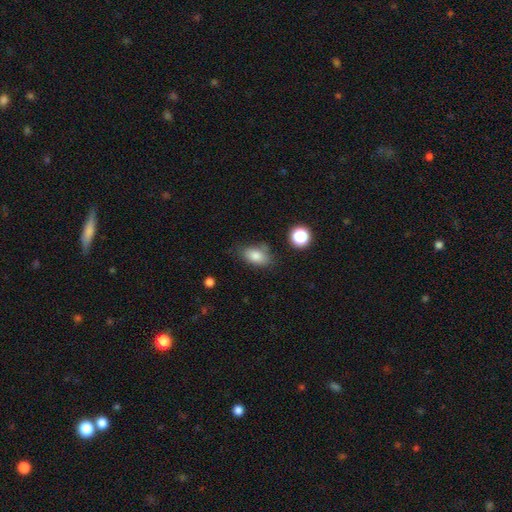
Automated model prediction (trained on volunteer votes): Q: Smooth or featured?
A: smooth (82%); runner-up: star or artifact (10%)
Q: How rounded?
A: in between (86%); runner-up: round (12%)
Q: Merging?
A: none (65%); runner-up: minor disturbance (23%)